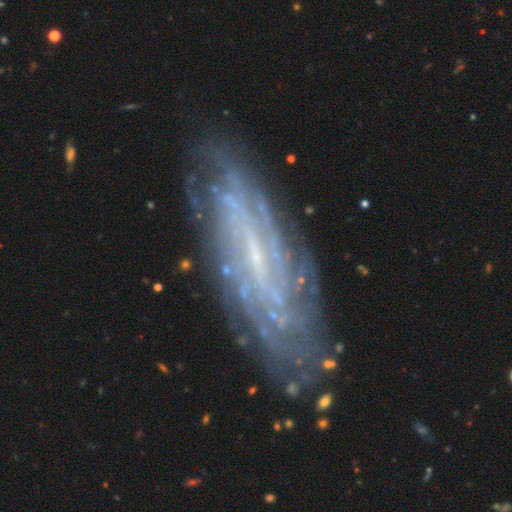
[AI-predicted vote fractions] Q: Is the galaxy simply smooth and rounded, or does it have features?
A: featured or disk — 79%.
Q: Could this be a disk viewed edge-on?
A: no — 81%.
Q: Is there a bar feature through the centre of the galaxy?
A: weak — 42%.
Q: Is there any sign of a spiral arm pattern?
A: yes — 89%.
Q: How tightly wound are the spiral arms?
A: tight — 67%.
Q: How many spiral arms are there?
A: can't tell — 55%.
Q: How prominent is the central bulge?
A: small — 64%.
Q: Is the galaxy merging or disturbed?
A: none — 81%.